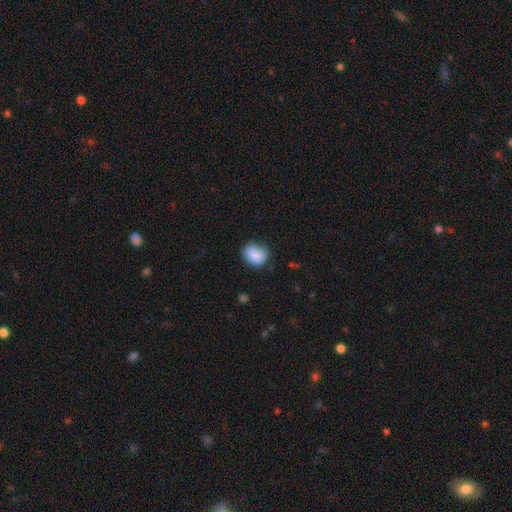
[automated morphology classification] A smooth galaxy with no disk features (86%) that is round (54%).

Vote fractions:
- Smooth or featured? smooth: 86% / star or artifact: 8% / featured or disk: 6%
- How rounded? round: 54% / in between: 45% / cigar-shaped: 1%
- Merging? none: 69% / minor disturbance: 24% / major disturbance: 5% / merger: 2%